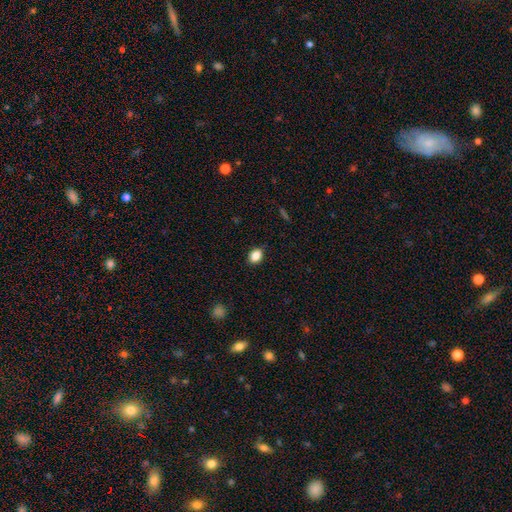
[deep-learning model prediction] smooth_or_featured: smooth (p=0.86) [alt: star or artifact p=0.09]
how_rounded: in between (p=0.68) [alt: round p=0.31]
merging: none (p=0.87) [alt: minor disturbance p=0.10]